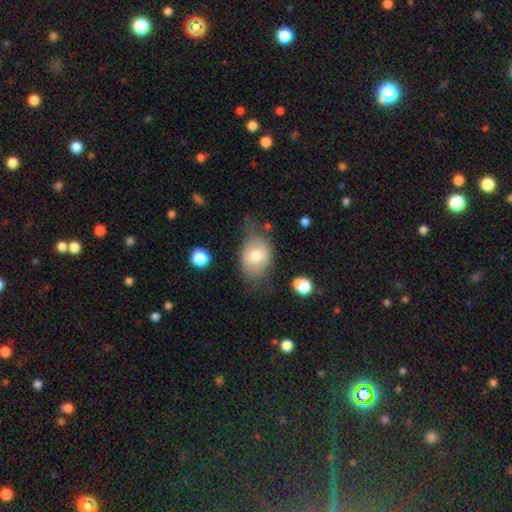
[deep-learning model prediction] The model was most divided on "merging": none: 56%, minor disturbance: 27%, major disturbance: 12%, merger: 4%. More confident: how rounded — in between (72%); smooth or featured — smooth (68%).